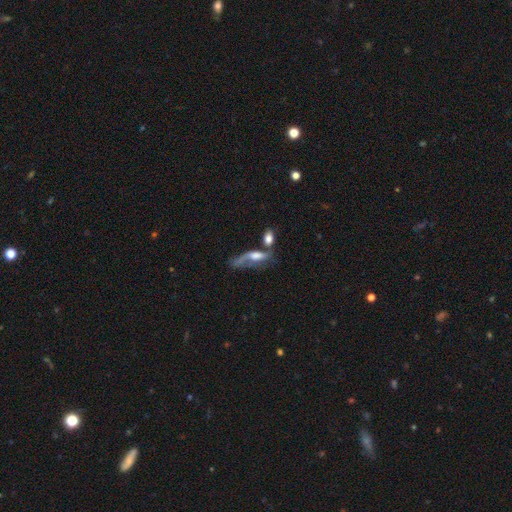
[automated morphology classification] Overall: featured or disk (48%; smooth 42%). Merging: merger (32%; major disturbance 26%).